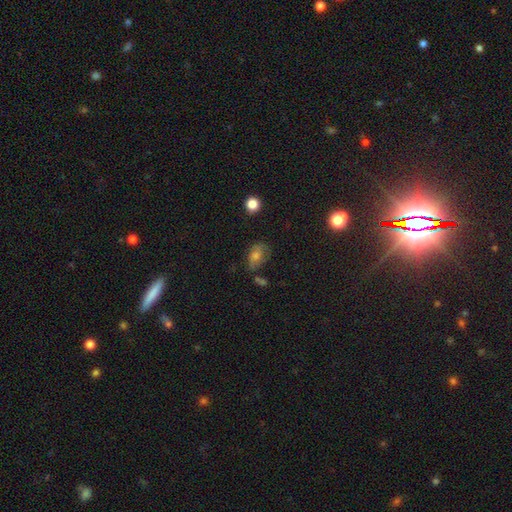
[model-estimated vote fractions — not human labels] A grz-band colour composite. It shows a smooth galaxy with no disk features (66%) that is in between round and cigar-shaped (78%). Merging: none (52%).